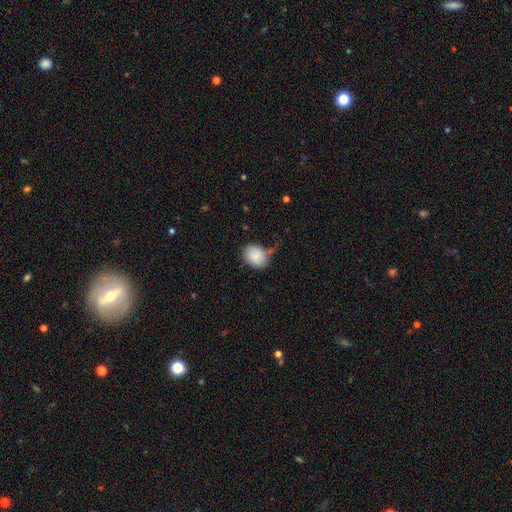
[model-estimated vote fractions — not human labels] This is clearly a smooth galaxy (82%). How rounded: possibly round (50%). Merging: possibly none (60%).